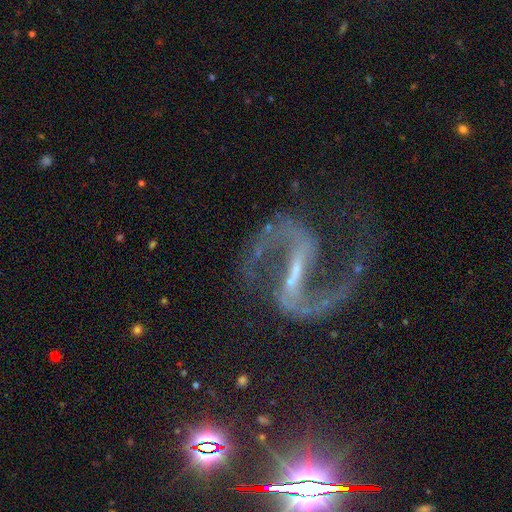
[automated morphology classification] featured or disk 93%, star or artifact 5%, smooth 2%. Down the decision tree: edge-on disk — no (98%); bar — strong (67%); spiral arms — yes (98%); spiral arm count — 2 (95%); spiral winding — medium (54%); bulge size — small (62%); merging — none (72%).